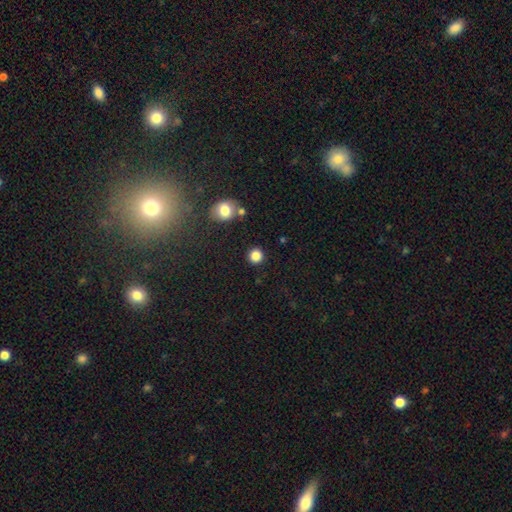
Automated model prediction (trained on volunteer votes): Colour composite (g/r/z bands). It shows a smooth galaxy with no disk features (85%) that is round (93%). Merging: none (89%).